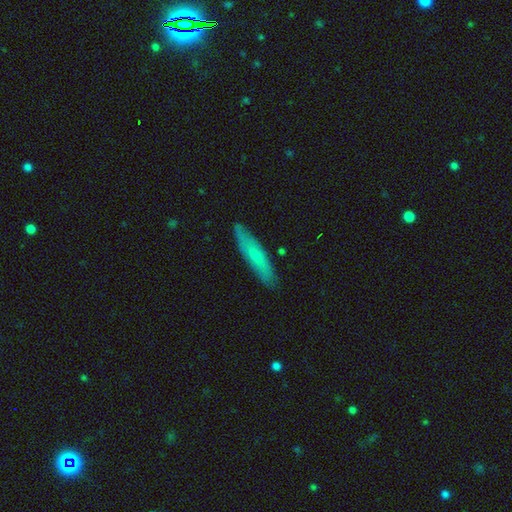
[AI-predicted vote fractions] This is possibly a smooth galaxy (59%). How rounded: clearly cigar-shaped (83%). Merging: clearly none (85%).